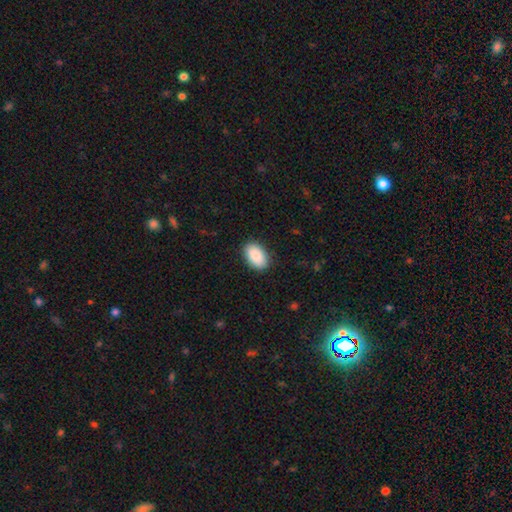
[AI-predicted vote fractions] Q: Smooth or featured?
A: smooth (89%); runner-up: star or artifact (6%)
Q: How rounded?
A: in between (93%); runner-up: round (6%)
Q: Merging?
A: none (88%); runner-up: minor disturbance (9%)